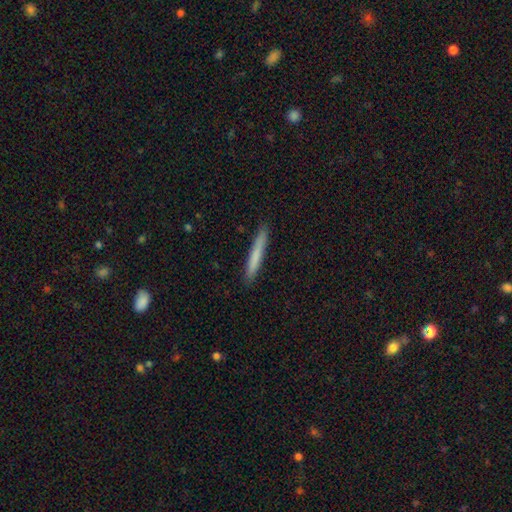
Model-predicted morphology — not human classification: type=smooth (75%); roundness=cigar-shaped (96%); merging=none (90%).